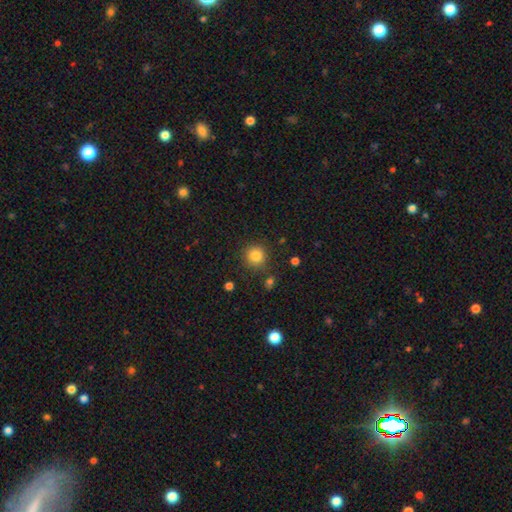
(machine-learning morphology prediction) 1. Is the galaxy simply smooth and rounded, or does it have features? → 84% smooth, 11% star or artifact, 5% featured or disk.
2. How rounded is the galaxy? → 93% round, 6% in between, 1% cigar-shaped.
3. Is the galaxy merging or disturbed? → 86% none, 8% minor disturbance, 3% merger, 3% major disturbance.